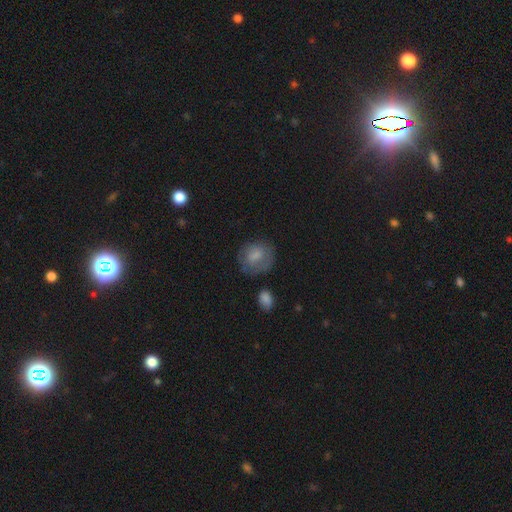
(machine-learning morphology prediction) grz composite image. It shows a smooth galaxy with no disk features (73%) that is round (69%). Merging: none (63%).